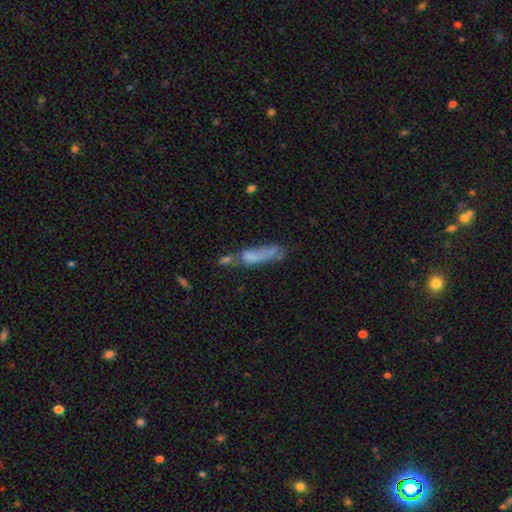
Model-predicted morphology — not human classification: Smooth or featured? smooth (58%)
How rounded? cigar-shaped (66%)
Merging? merger (36%)